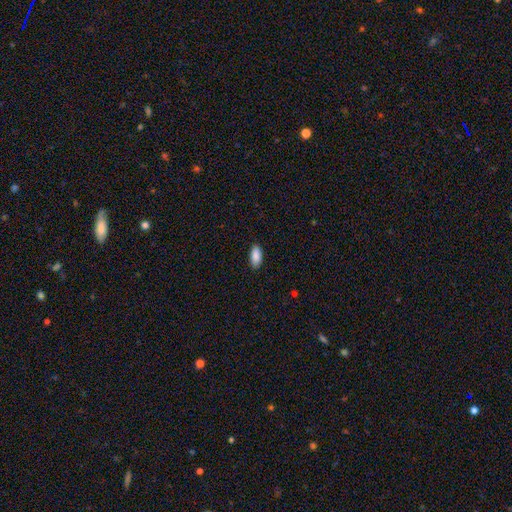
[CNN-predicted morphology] This is clearly a smooth galaxy (89%). How rounded: clearly in between (91%). Merging: clearly none (88%).